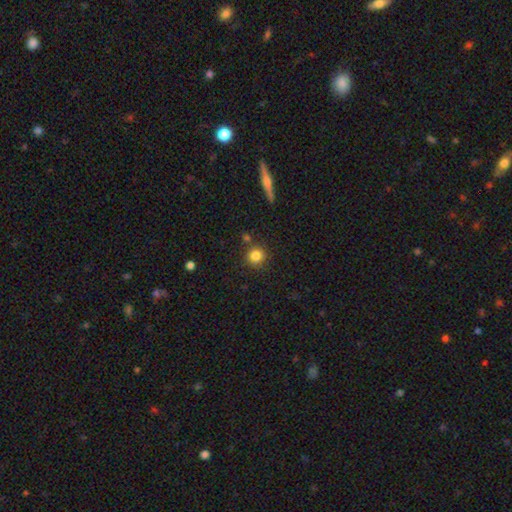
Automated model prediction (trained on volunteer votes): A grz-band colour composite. It shows a smooth galaxy with no disk features (83%) that is round (92%). Merging: none (81%).